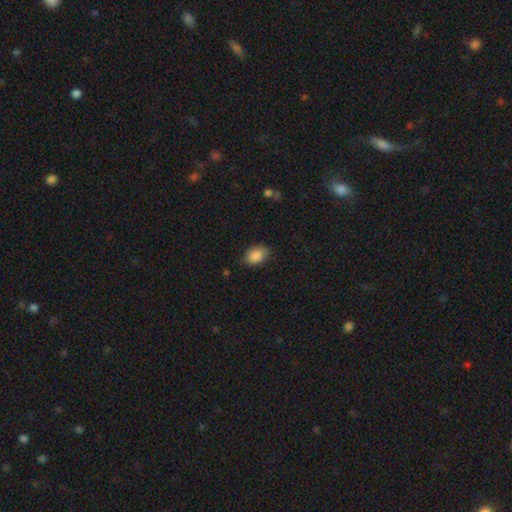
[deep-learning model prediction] smooth 88%, star or artifact 7%, featured or disk 5%. Down the decision tree: how rounded — in between (85%); merging — none (79%).